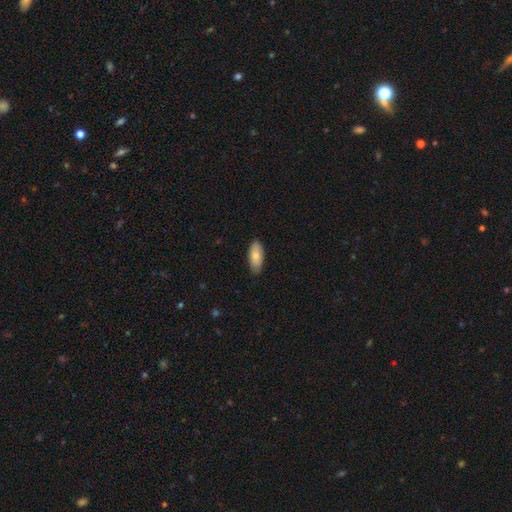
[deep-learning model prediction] Smooth or featured? smooth (80%)
How rounded? in between (88%)
Merging? none (84%)